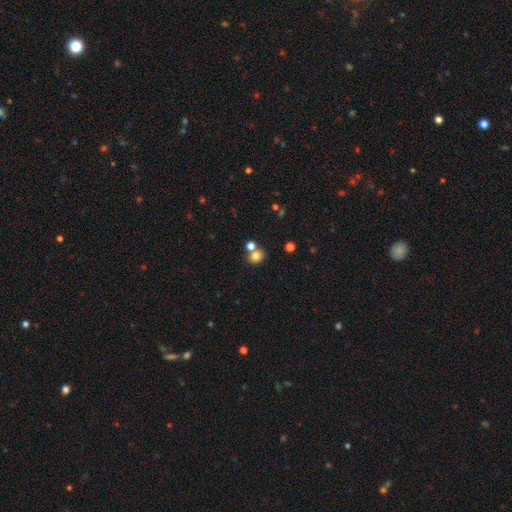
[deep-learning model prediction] Smooth or featured: smooth — 78% (star or artifact — 13%)
How rounded: round — 71% (in between — 28%)
Merging: none — 59% (merger — 29%)